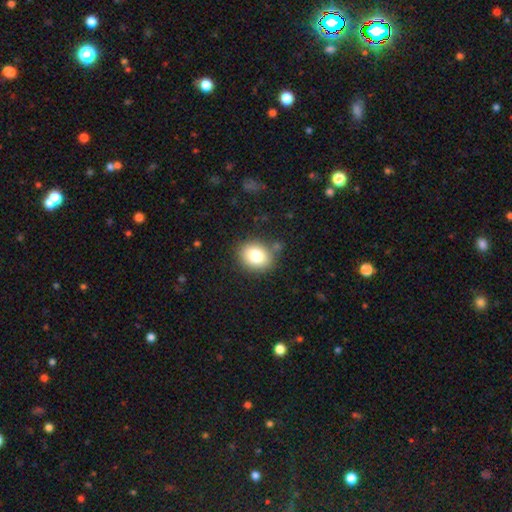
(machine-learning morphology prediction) Q: Smooth or featured?
A: smooth (81%); runner-up: star or artifact (10%)
Q: How rounded?
A: round (55%); runner-up: in between (44%)
Q: Merging?
A: none (83%); runner-up: minor disturbance (11%)